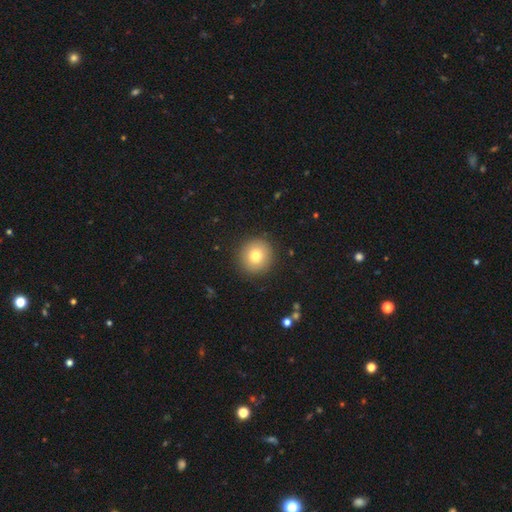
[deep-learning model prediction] Morphology: type=smooth (77%); roundness=round (94%); merging=none (91%).